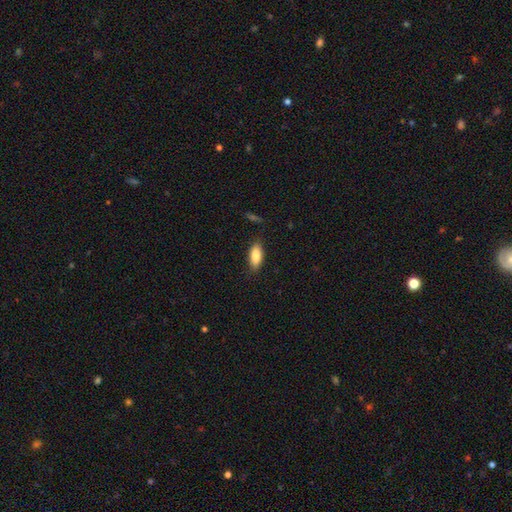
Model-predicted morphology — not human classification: Overall: smooth (85%). How rounded: in between (85%). Merging: none (83%).